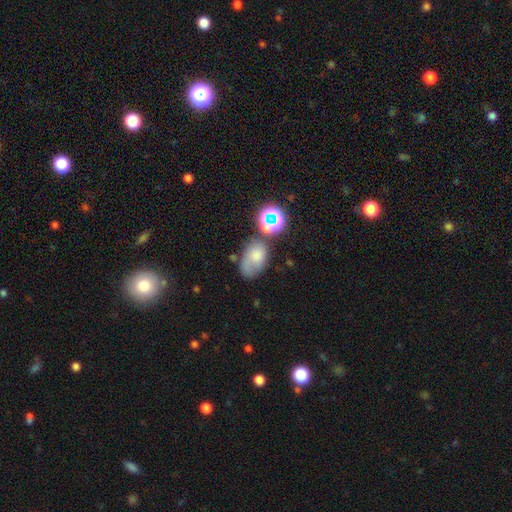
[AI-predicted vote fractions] This appears to be a smooth galaxy with no disk features (58%) that is in between round and cigar-shaped (80%). Merging: none (43%).